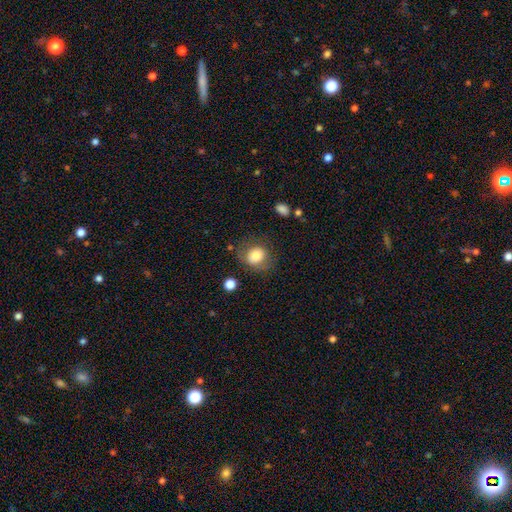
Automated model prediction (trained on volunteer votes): This appears to be a smooth galaxy with no disk features (78%) that is round (67%). Merging: none (71%).